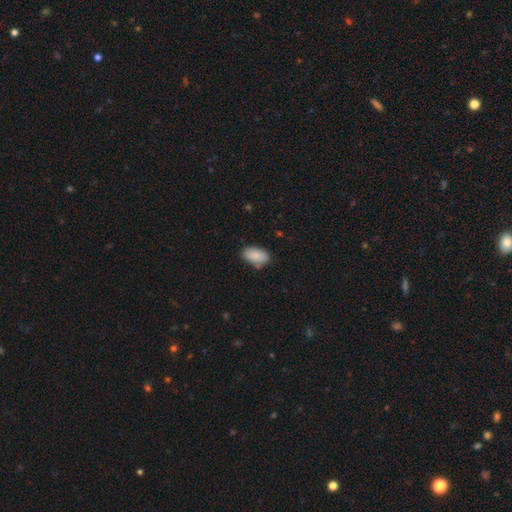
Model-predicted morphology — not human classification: smooth-or-featured: smooth: 87% | star or artifact: 7% | featured or disk: 6%
  how-rounded: in between: 94% | round: 5% | cigar-shaped: 2%
  merging: none: 75% | minor disturbance: 20% | major disturbance: 3% | merger: 2%